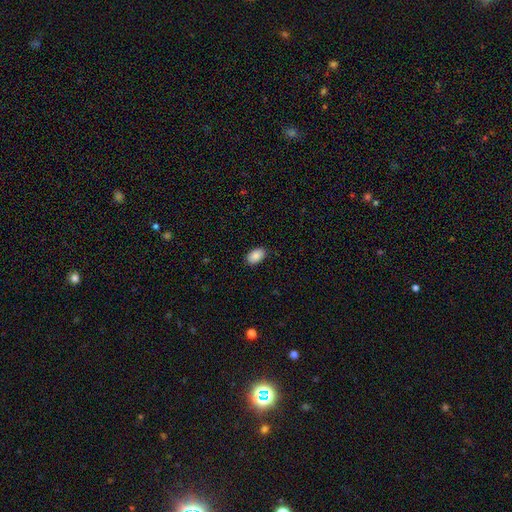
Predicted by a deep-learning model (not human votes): smooth 89%, star or artifact 7%, featured or disk 4%. Down the decision tree: how rounded — in between (92%); merging — none (88%).